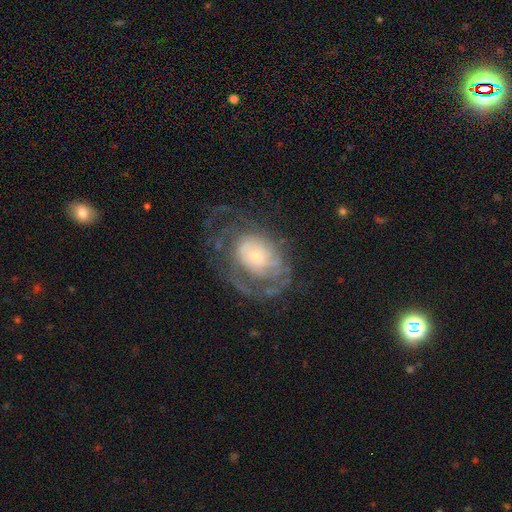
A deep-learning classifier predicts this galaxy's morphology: type=featured or disk (74%); edge-on=no (96%); bar=no (78%); spiral arms=yes (79%); winding=tight (49%); arm count=can't tell (48%); bulge=small (66%); merging=none (48%).